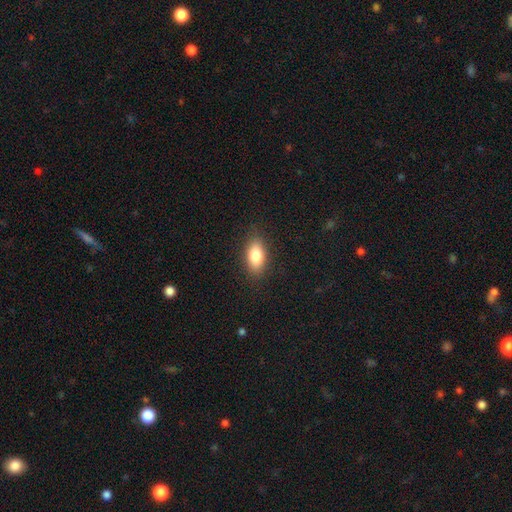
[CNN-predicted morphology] Q: Smooth or featured?
A: smooth (82%); runner-up: featured or disk (11%)
Q: How rounded?
A: in between (88%); runner-up: cigar-shaped (6%)
Q: Merging?
A: none (87%); runner-up: minor disturbance (10%)